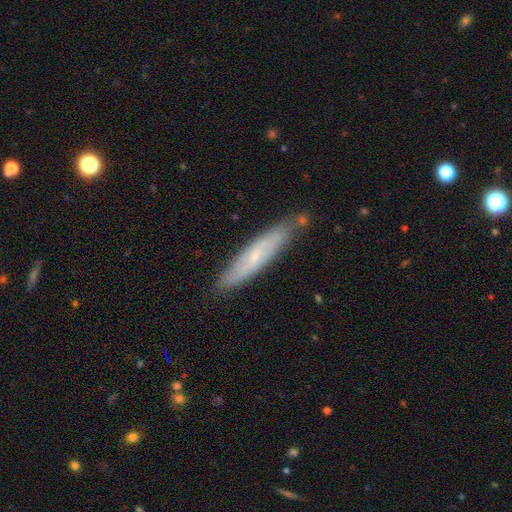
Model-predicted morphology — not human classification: featured or disk 47%, smooth 46%, star or artifact 7%. Down the decision tree: merging — none (77%).